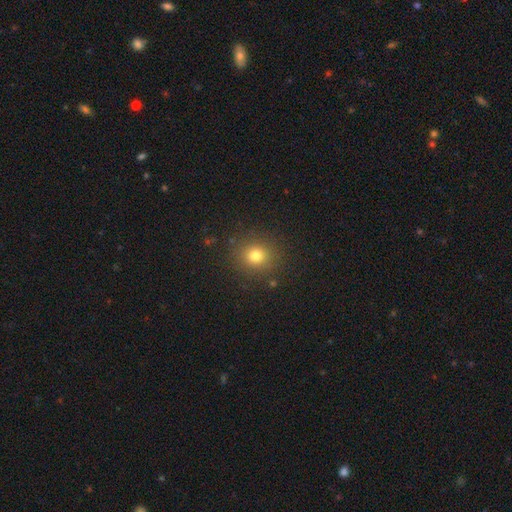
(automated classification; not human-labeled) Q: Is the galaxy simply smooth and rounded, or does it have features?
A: smooth — 76%.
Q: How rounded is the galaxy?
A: round — 84%.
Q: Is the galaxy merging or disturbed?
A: none — 87%.